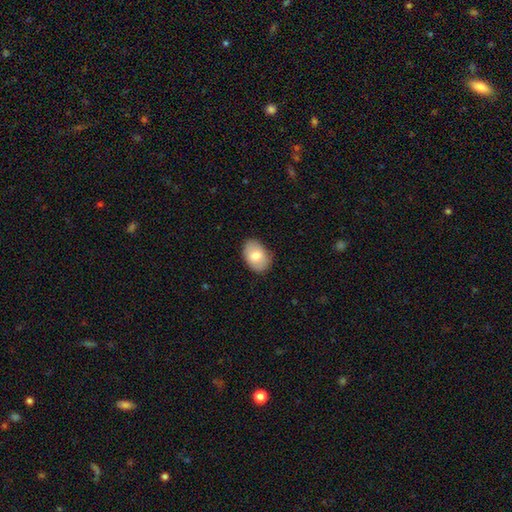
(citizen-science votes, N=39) Smooth or featured: smooth — 85% (featured or disk — 13%)
How rounded: in between — 94% (round — 6%)
Merging: none — 84% (minor disturbance — 16%)